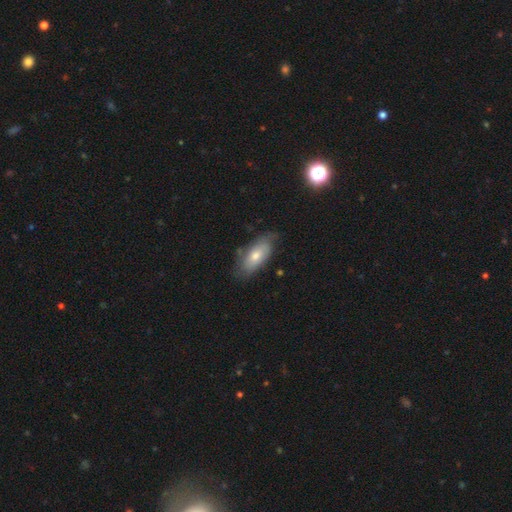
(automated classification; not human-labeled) A smooth galaxy with no disk features (59%) that is in between round and cigar-shaped (84%).

Vote fractions:
- Smooth or featured? smooth: 59% / featured or disk: 34% / star or artifact: 7%
- How rounded? in between: 84% / cigar-shaped: 13% / round: 3%
- Merging? none: 70% / minor disturbance: 23% / major disturbance: 5% / merger: 2%